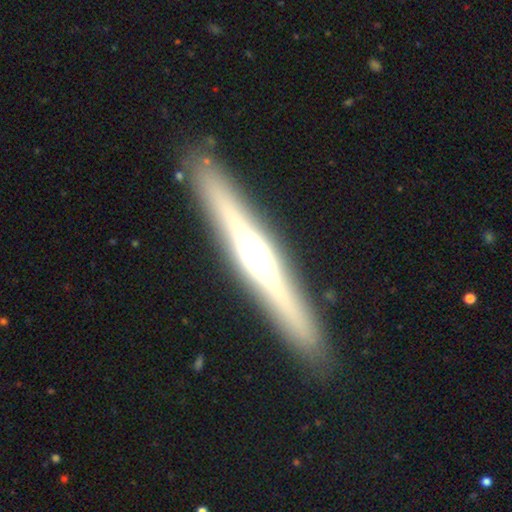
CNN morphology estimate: featured or disk 71%, smooth 22%, star or artifact 6%. Down the decision tree: edge-on disk — yes (96%); edge-on bulge — rounded (75%); merging — none (90%).